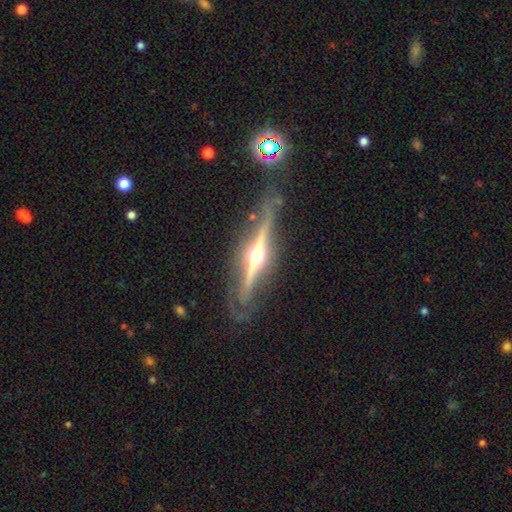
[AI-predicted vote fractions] This appears to be a featured or disk galaxy (86%) viewed edge-on (94%) with a rounded central bulge (95%). Merging: none (74%).